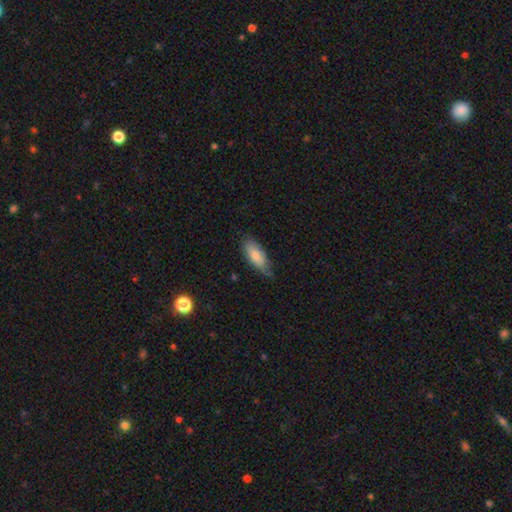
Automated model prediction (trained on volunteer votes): The model was most divided on "merging": none: 60%, minor disturbance: 32%, major disturbance: 6%, merger: 1%. More confident: how rounded — in between (80%); smooth or featured — smooth (76%).